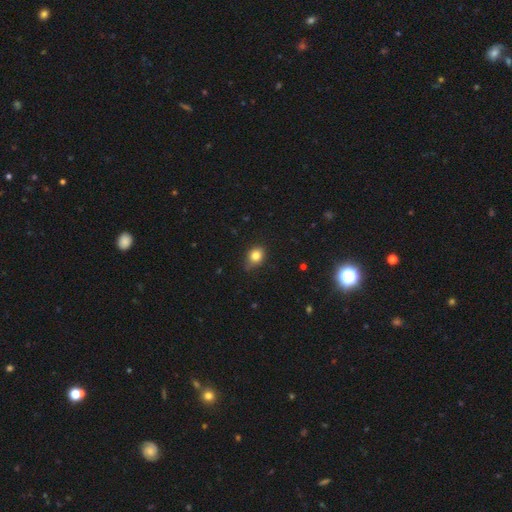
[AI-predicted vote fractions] smooth 81%, star or artifact 11%, featured or disk 8%. Down the decision tree: how rounded — in between (52%); merging — none (68%).